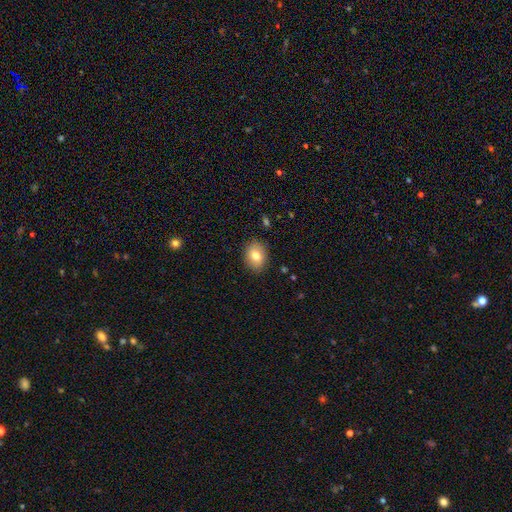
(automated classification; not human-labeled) Morphology: type=smooth (78%); roundness=in between (62%); merging=none (88%).